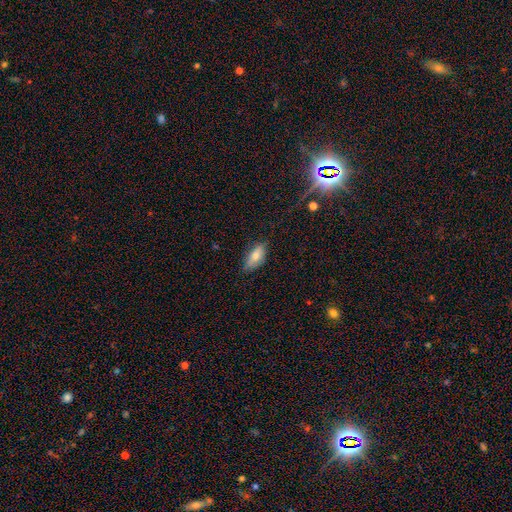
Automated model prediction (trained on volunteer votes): Smooth or featured? smooth (75%)
How rounded? in between (86%)
Merging? none (69%)